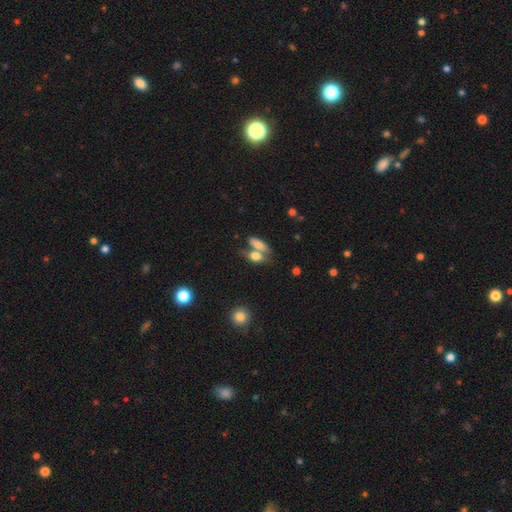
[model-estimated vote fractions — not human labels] Smooth or featured? smooth (74%)
How rounded? in between (76%)
Merging? merger (49%)